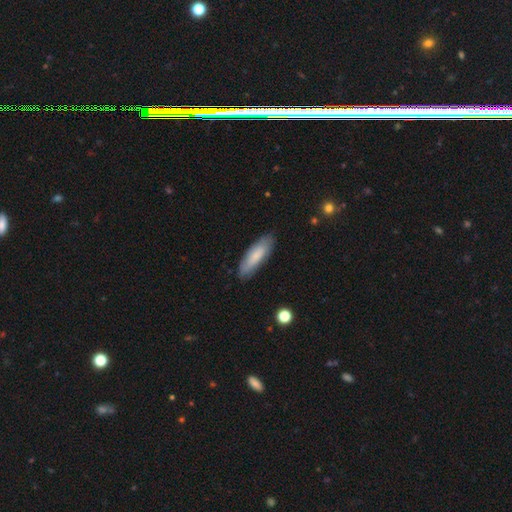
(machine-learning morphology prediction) type=smooth (79%); roundness=in between (50%); merging=none (84%).